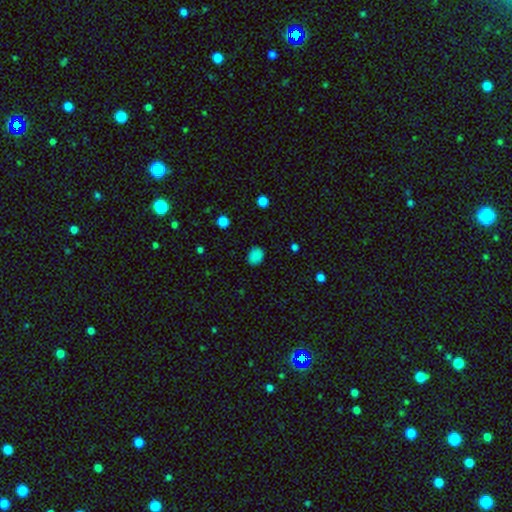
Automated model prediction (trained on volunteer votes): Morphology: type=smooth (85%); roundness=round (52%); merging=none (83%).